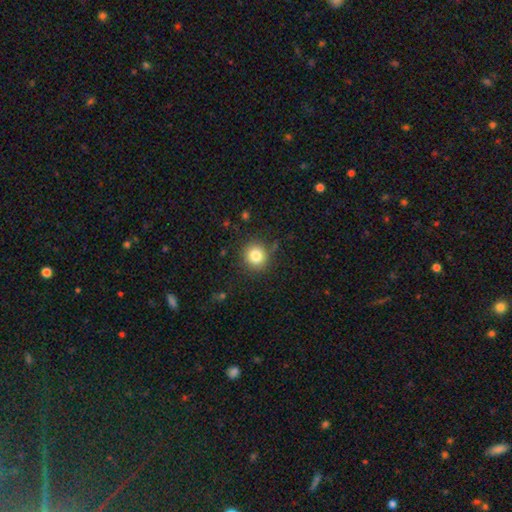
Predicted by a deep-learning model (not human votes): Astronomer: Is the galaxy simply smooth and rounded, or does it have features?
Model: smooth — 82%.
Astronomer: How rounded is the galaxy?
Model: round — 92%.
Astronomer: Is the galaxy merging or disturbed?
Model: none — 86%.